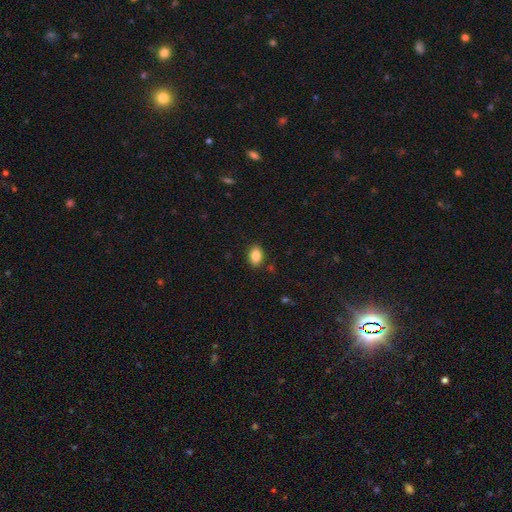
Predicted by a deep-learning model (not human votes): Morphology: type=smooth (86%); roundness=in between (81%); merging=none (88%).